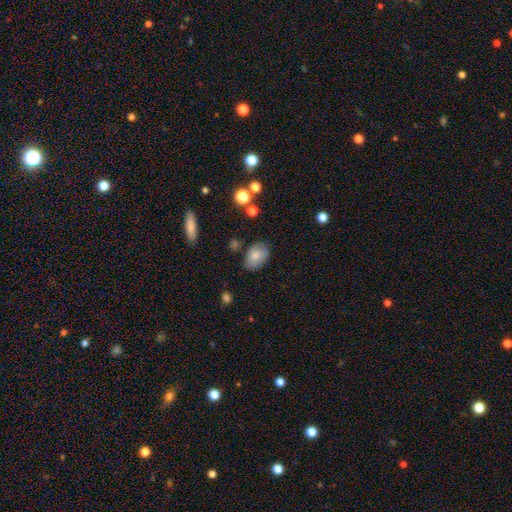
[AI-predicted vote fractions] The model was most divided on "merging": none: 71%, minor disturbance: 21%, major disturbance: 5%, merger: 3%. More confident: how rounded — in between (86%); smooth or featured — smooth (77%).